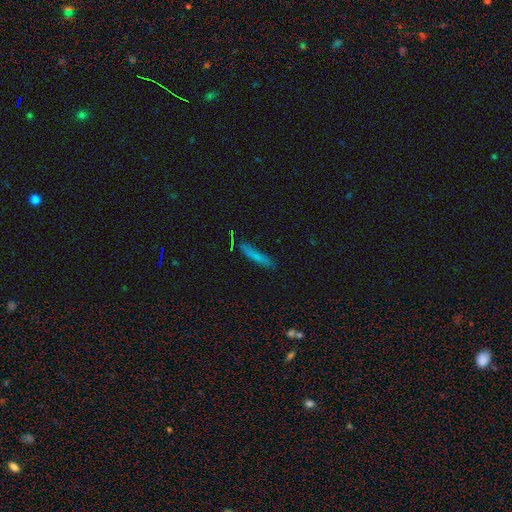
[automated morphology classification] This is likely a smooth galaxy (71%). How rounded: clearly cigar-shaped (93%). Merging: likely none (80%).